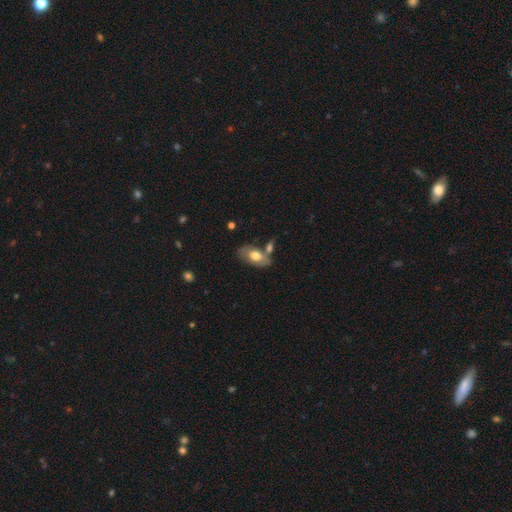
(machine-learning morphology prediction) Smooth or featured? smooth (65%)
How rounded? in between (92%)
Merging? none (59%)